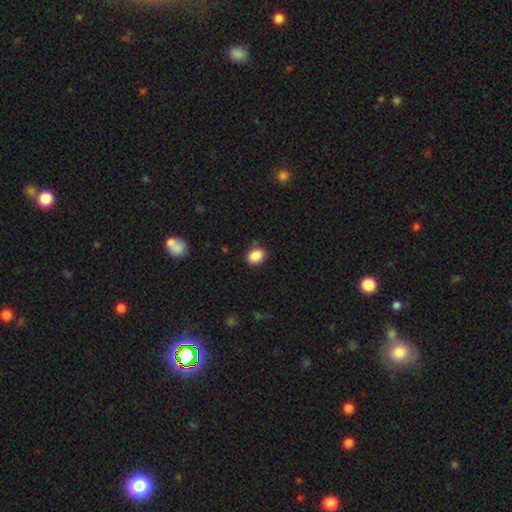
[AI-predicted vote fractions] smooth-or-featured: smooth: 88% | star or artifact: 8% | featured or disk: 3%
  how-rounded: in between: 70% | round: 29% | cigar-shaped: 1%
  merging: none: 83% | minor disturbance: 12% | major disturbance: 3% | merger: 2%